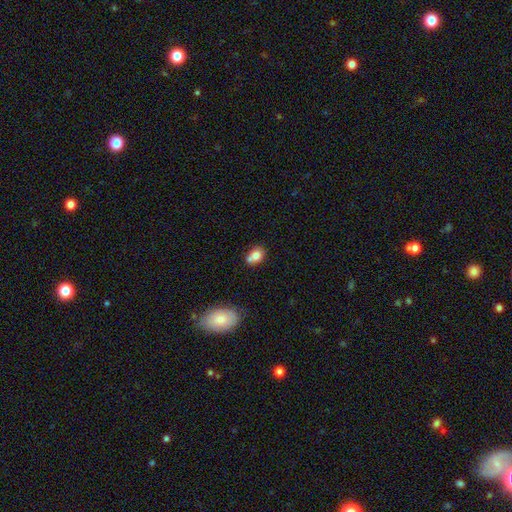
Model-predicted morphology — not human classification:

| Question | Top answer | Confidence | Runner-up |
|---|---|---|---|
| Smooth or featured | smooth | 78% | featured or disk (13%) |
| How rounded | in between | 55% | round (44%) |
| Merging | none | 44% | merger (33%) |